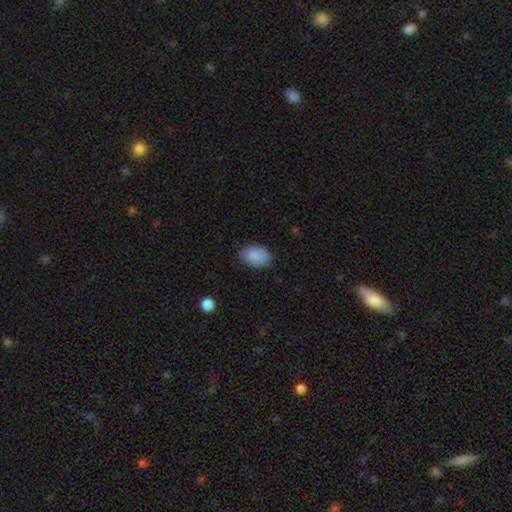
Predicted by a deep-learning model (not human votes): Q: Smooth or featured?
A: smooth (88%); runner-up: star or artifact (7%)
Q: How rounded?
A: in between (87%); runner-up: round (11%)
Q: Merging?
A: none (84%); runner-up: minor disturbance (12%)